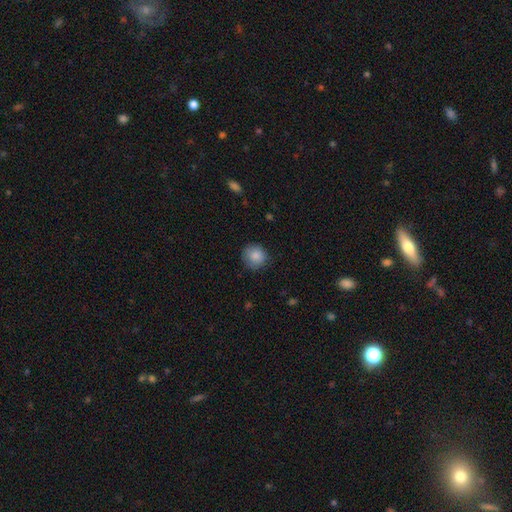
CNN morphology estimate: smooth 87%, star or artifact 8%, featured or disk 5%. Down the decision tree: how rounded — round (89%); merging — none (81%).